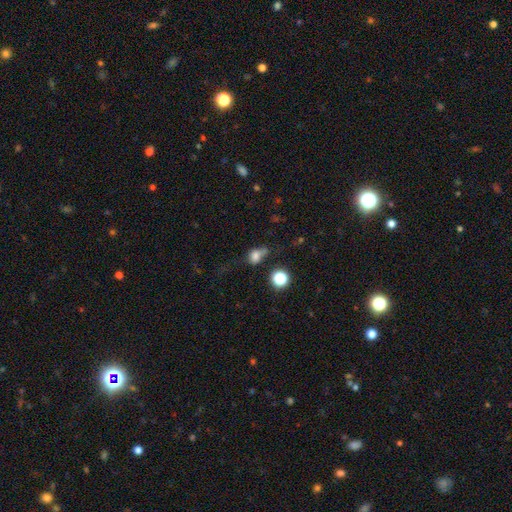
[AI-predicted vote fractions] Q: Smooth or featured?
A: smooth (72%); runner-up: star or artifact (16%)
Q: How rounded?
A: round (52%); runner-up: in between (45%)
Q: Merging?
A: none (37%); runner-up: minor disturbance (27%)